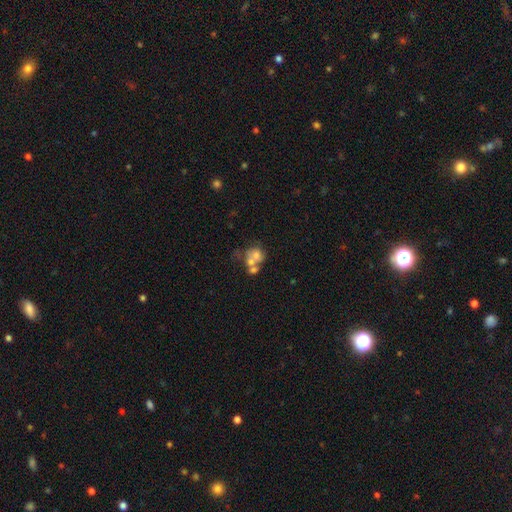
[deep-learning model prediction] Smooth or featured: smooth — 53% (featured or disk — 34%)
How rounded: round — 65% (in between — 34%)
Merging: merger — 55% (none — 25%)